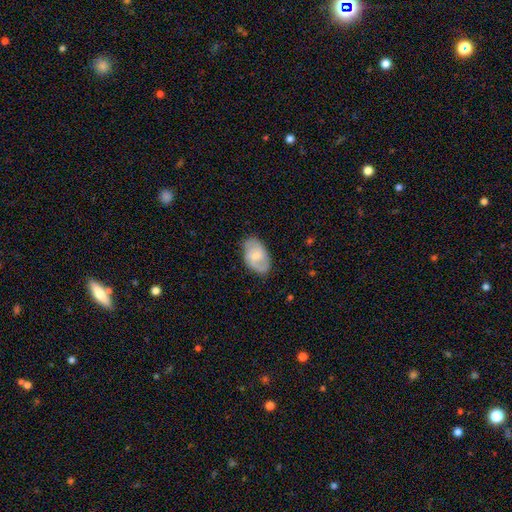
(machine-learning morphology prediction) The model was most divided on "smooth or featured": featured or disk: 50%, smooth: 44%, star or artifact: 6%. More confident: edge-on disk — no (95%); merging — none (74%).